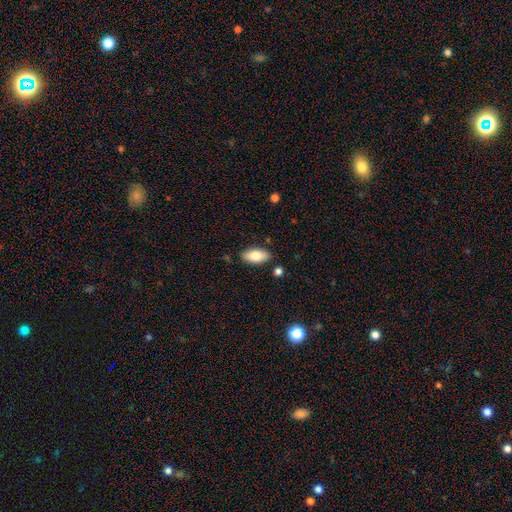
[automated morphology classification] The model was most divided on "smooth or featured": smooth: 79%, featured or disk: 14%, star or artifact: 7%. More confident: how rounded — in between (91%); merging — none (85%).